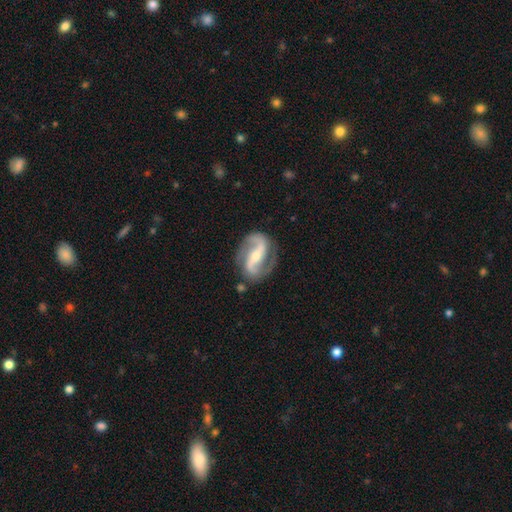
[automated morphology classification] smooth_or_featured: featured or disk (p=0.90) [alt: smooth p=0.05]
disk_edge_on: no (p=0.97) [alt: yes p=0.03]
bar: strong (p=0.53) [alt: weak p=0.27]
has_spiral_arms: yes (p=0.97) [alt: no p=0.03]
spiral_winding: medium (p=0.50) [alt: loose p=0.32]
spiral_arm_count: 2 (p=0.93) [alt: can't tell p=0.02]
bulge_size: small (p=0.52) [alt: moderate p=0.43]
merging: none (p=0.82) [alt: minor disturbance p=0.12]